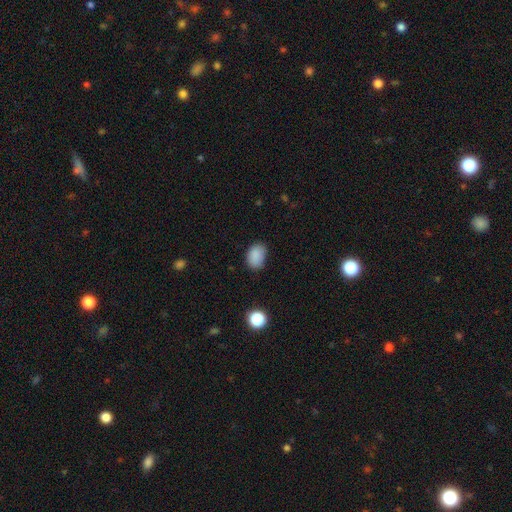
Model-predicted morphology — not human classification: The model was most divided on "how rounded": in between: 77%, round: 22%, cigar-shaped: 1%. More confident: smooth or featured — smooth (87%); merging — none (78%).